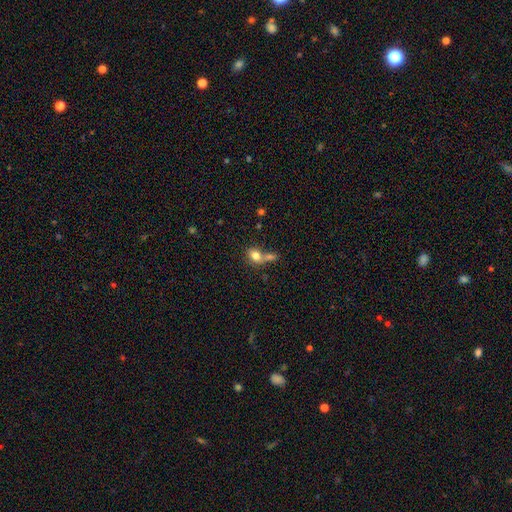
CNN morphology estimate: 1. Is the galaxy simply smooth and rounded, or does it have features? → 78% smooth, 12% featured or disk, 10% star or artifact.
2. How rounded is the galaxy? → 53% in between, 45% round, 2% cigar-shaped.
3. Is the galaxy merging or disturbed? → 49% merger, 33% none, 12% minor disturbance, 7% major disturbance.